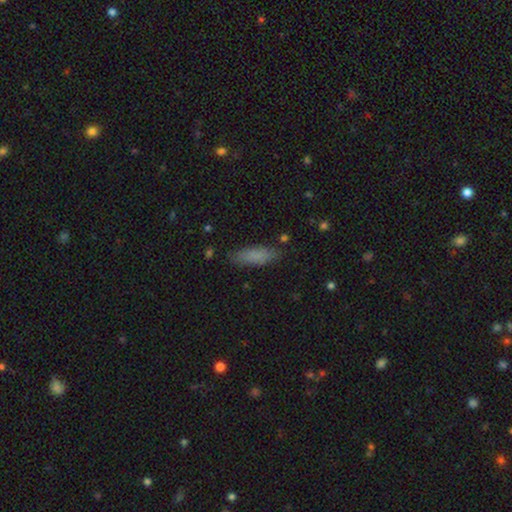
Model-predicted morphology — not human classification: type=smooth (82%); roundness=cigar-shaped (55%); merging=none (83%).